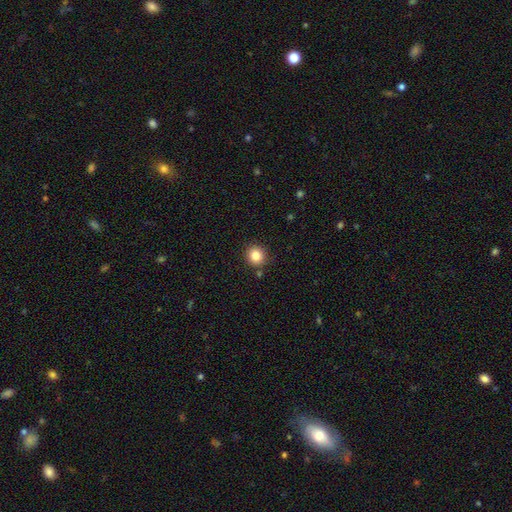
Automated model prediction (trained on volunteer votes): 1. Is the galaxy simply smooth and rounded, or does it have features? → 84% smooth, 11% star or artifact, 5% featured or disk.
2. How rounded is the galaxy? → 92% round, 8% in between, 1% cigar-shaped.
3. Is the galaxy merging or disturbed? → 86% none, 8% minor disturbance, 4% merger, 2% major disturbance.